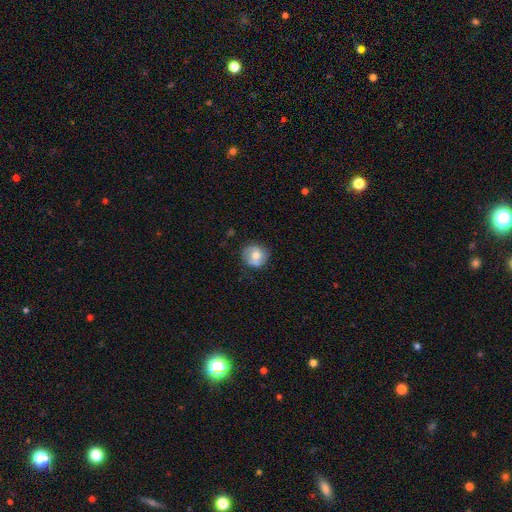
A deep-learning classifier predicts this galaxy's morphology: smooth 62%, featured or disk 29%, star or artifact 8%. Down the decision tree: how rounded — round (85%); merging — none (68%).